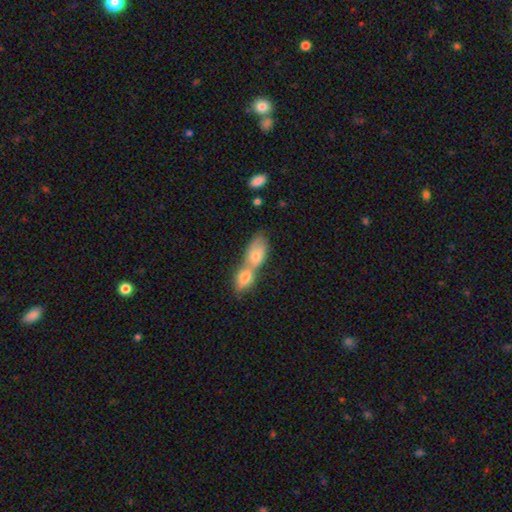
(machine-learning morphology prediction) smooth-or-featured: smooth: 71% | featured or disk: 22% | star or artifact: 7%
  how-rounded: in between: 84% | round: 10% | cigar-shaped: 7%
  merging: merger: 75% | none: 17% | minor disturbance: 6% | major disturbance: 3%